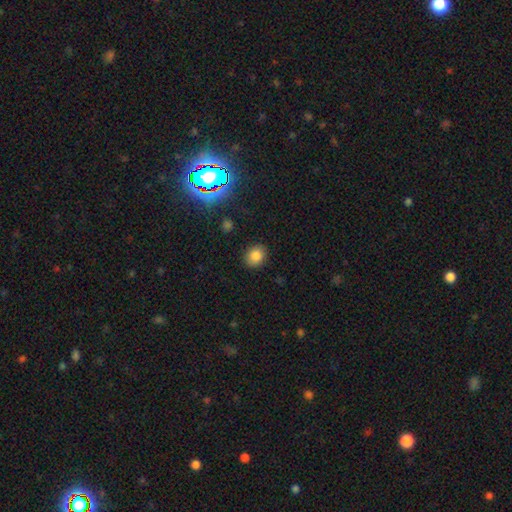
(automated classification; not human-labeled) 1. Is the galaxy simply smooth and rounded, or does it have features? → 82% smooth, 12% star or artifact, 6% featured or disk.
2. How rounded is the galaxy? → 59% round, 40% in between, 1% cigar-shaped.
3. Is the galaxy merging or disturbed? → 88% none, 8% minor disturbance, 2% major disturbance, 1% merger.